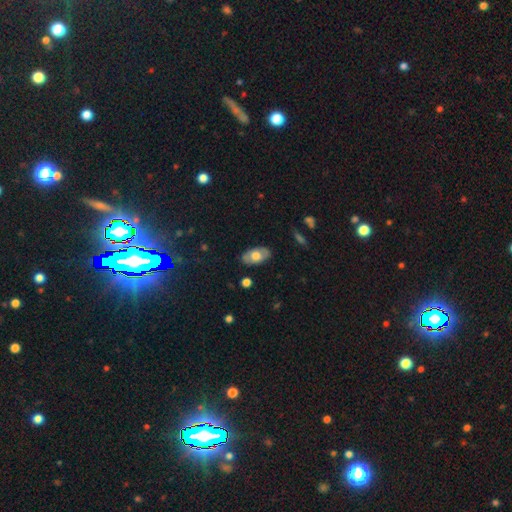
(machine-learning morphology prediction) smooth-or-featured: smooth: 58% | featured or disk: 36% | star or artifact: 6%
  how-rounded: in between: 93% | round: 6% | cigar-shaped: 2%
  merging: none: 84% | minor disturbance: 13% | major disturbance: 3% | merger: 1%